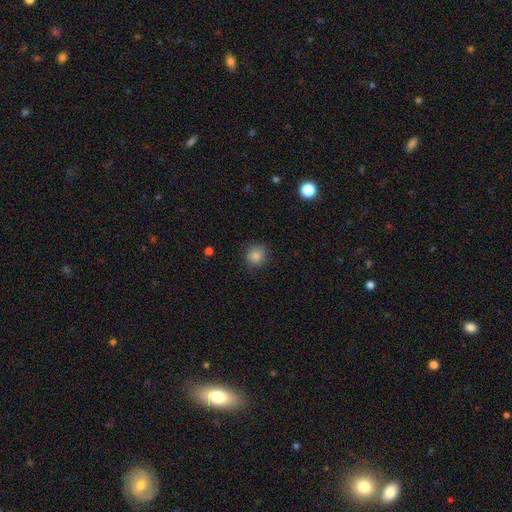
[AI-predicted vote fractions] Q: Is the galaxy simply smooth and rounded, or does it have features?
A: smooth — 85%.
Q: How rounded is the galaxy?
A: round — 81%.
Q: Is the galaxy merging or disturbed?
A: none — 85%.